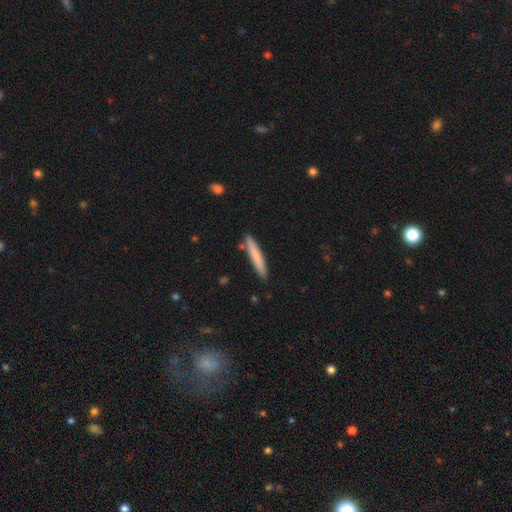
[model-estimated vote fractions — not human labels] smooth-or-featured: smooth: 75% | featured or disk: 19% | star or artifact: 5%
  how-rounded: cigar-shaped: 95% | in between: 4% | round: 1%
  merging: none: 87% | minor disturbance: 9% | merger: 3% | major disturbance: 2%